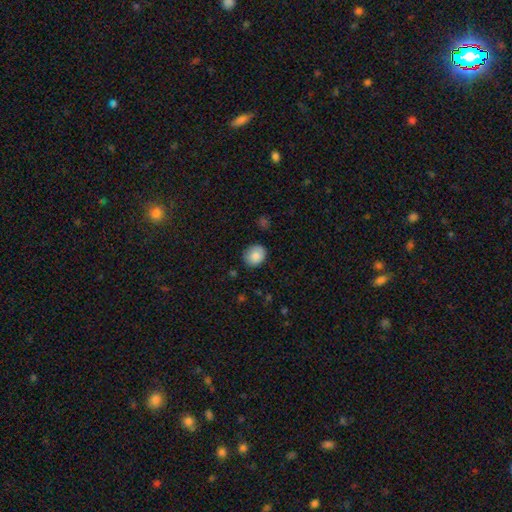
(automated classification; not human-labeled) Morphology: type=smooth (86%); roundness=round (63%); merging=none (80%).